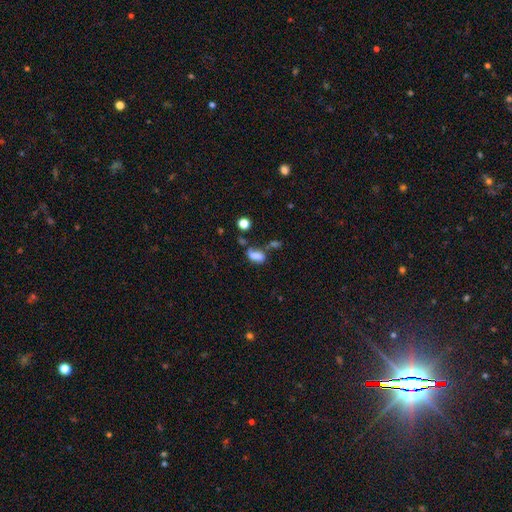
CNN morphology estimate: Q: Smooth or featured?
A: smooth (73%); runner-up: star or artifact (14%)
Q: How rounded?
A: in between (83%); runner-up: cigar-shaped (9%)
Q: Merging?
A: none (38%); runner-up: minor disturbance (24%)